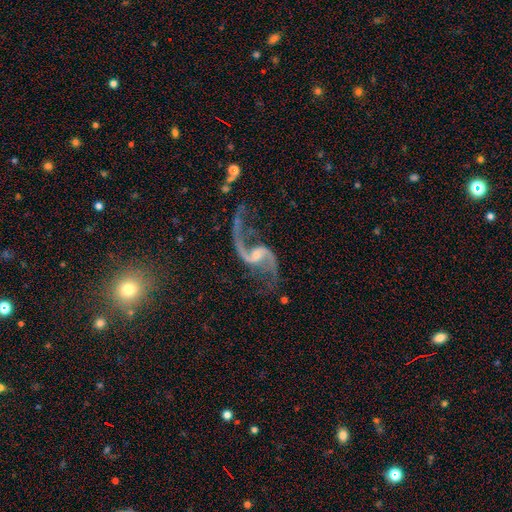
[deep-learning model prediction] A featured or disk galaxy (92%) with a weak bar (47%), 2 (94%) loose (86%) spiral arms (97%) and a small central bulge (62%).

Vote fractions:
- Smooth or featured? featured or disk: 92% / star or artifact: 5% / smooth: 3%
- Edge-on disk? no: 98% / yes: 2%
- Bar? weak: 47% / no: 37% / strong: 17%
- Spiral arms? yes: 97% / no: 3%
- Spiral winding? loose: 86% / medium: 12% / tight: 3%
- Spiral arm count? 2: 94% / 1: 2% / can't tell: 1% / 3: 1% / 4: 1% / more than 4: 1%
- Bulge size? small: 62% / moderate: 24% / none: 11% / large: 2% / dominant: 1%
- Merging? none: 66% / minor disturbance: 16% / major disturbance: 14% / merger: 4%